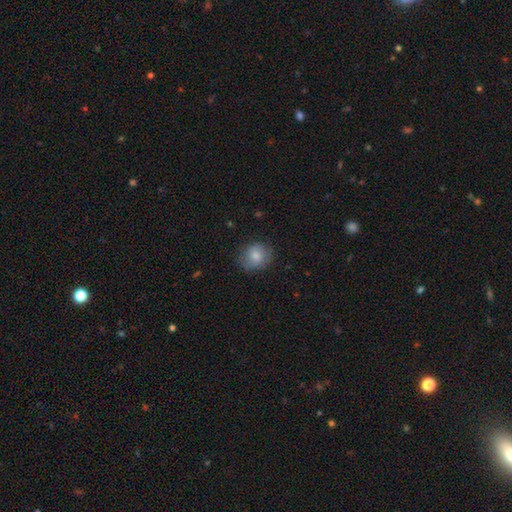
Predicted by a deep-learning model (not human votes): Morphology: type=smooth (79%); roundness=round (71%); merging=none (76%).